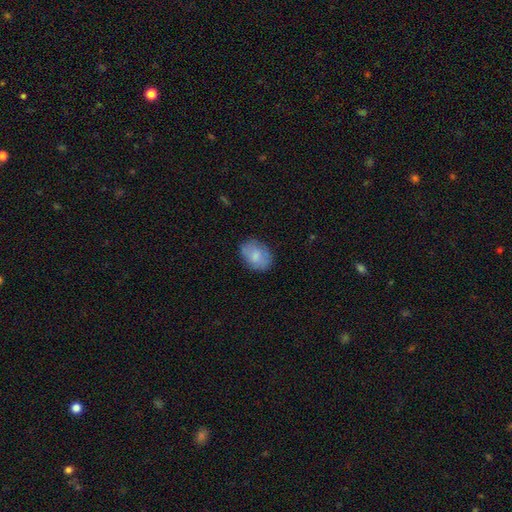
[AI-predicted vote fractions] The model was most divided on "how rounded": in between: 76%, round: 23%, cigar-shaped: 1%. More confident: smooth or featured — smooth (77%); merging — none (76%).